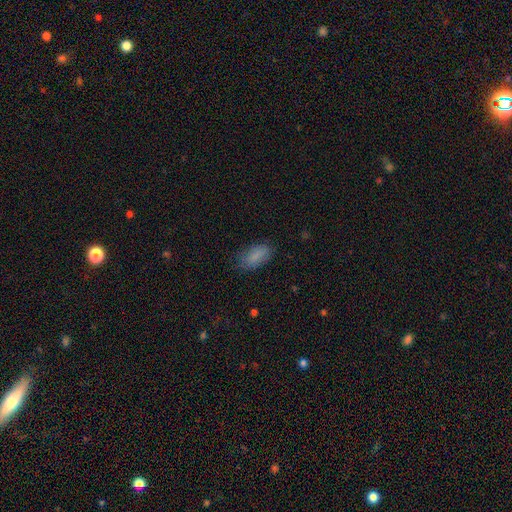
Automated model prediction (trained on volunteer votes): Overall: smooth (85%). How rounded: in between (88%). Merging: none (74%).